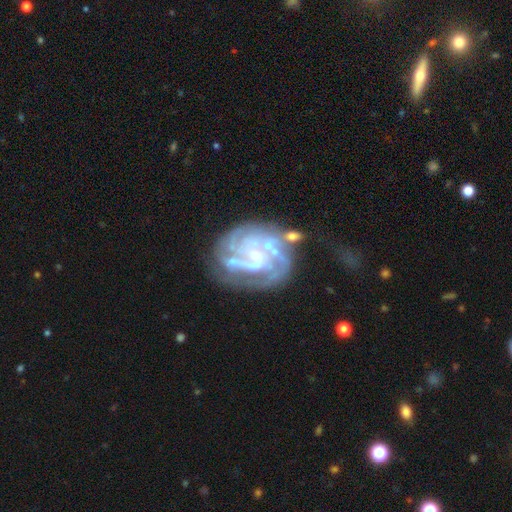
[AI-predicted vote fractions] A featured or disk galaxy (85%) with no bar (54%), tight (55%) spiral arms (90%) and a small central bulge (44%).

Vote fractions:
- Smooth or featured? featured or disk: 85% / smooth: 8% / star or artifact: 7%
- Edge-on disk? no: 98% / yes: 2%
- Bar? no: 54% / weak: 34% / strong: 13%
- Spiral arms? yes: 90% / no: 10%
- Spiral winding? tight: 55% / medium: 34% / loose: 11%
- Spiral arm count? can't tell: 29% / 3: 27% / 2: 18% / 4: 13% / 1: 6% / more than 4: 6%
- Bulge size? small: 44% / none: 29% / moderate: 21% / large: 4% / dominant: 1%
- Merging? none: 46% / major disturbance: 23% / minor disturbance: 21% / merger: 10%